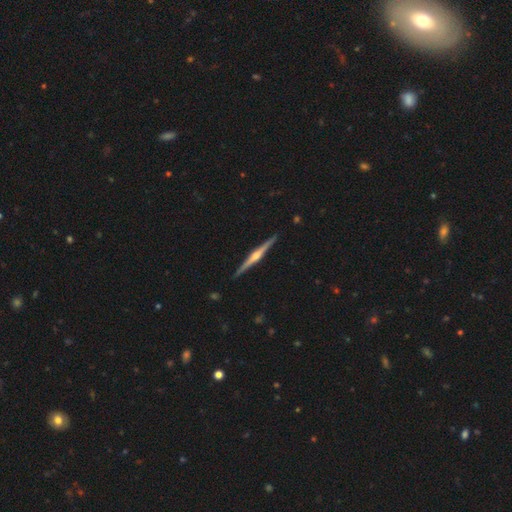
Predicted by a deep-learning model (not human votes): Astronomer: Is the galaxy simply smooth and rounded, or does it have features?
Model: featured or disk — 84%.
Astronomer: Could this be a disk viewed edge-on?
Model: yes — 99%.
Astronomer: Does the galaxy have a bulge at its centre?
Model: rounded — 90%.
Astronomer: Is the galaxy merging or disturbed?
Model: none — 92%.